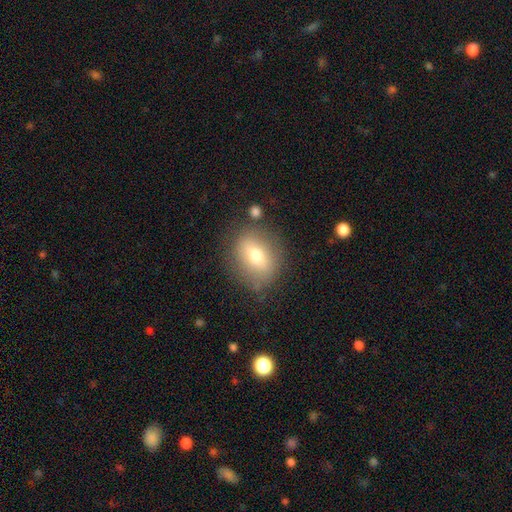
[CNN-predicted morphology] The model was most divided on "how rounded": in between: 55%, round: 42%, cigar-shaped: 2%. More confident: merging — none (76%); smooth or featured — smooth (66%).